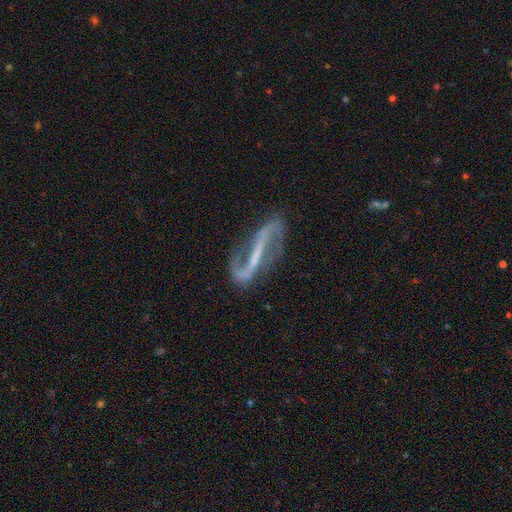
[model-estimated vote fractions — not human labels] Q: Smooth or featured?
A: featured or disk (88%); runner-up: smooth (6%)
Q: Edge-on disk?
A: no (89%); runner-up: yes (11%)
Q: Bar?
A: strong (69%); runner-up: weak (21%)
Q: Spiral arms?
A: yes (93%); runner-up: no (7%)
Q: Spiral winding?
A: loose (62%); runner-up: medium (27%)
Q: Spiral arm count?
A: 2 (91%); runner-up: 1 (3%)
Q: Bulge size?
A: small (52%); runner-up: none (32%)
Q: Merging?
A: none (72%); runner-up: minor disturbance (15%)